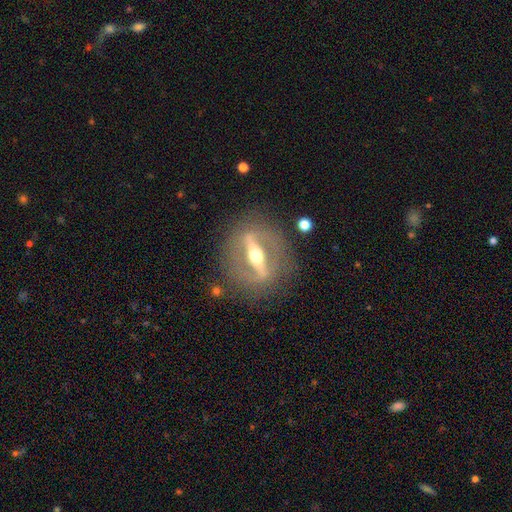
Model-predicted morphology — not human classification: Smooth or featured: featured or disk — 85% (smooth — 10%)
Edge-on disk: no — 60% (yes — 40%)
Bar: strong — 85% (weak — 10%)
Spiral arms: no — 63% (yes — 37%)
Bulge size: moderate — 71% (small — 14%)
Merging: none — 80% (minor disturbance — 11%)